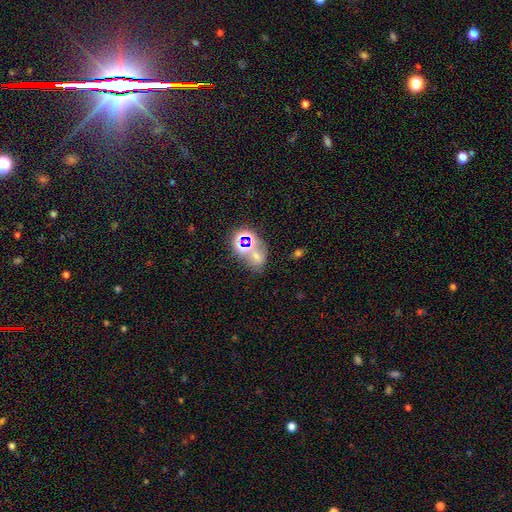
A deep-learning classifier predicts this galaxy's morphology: A smooth galaxy with no disk features (45%). Merging: none (48%).